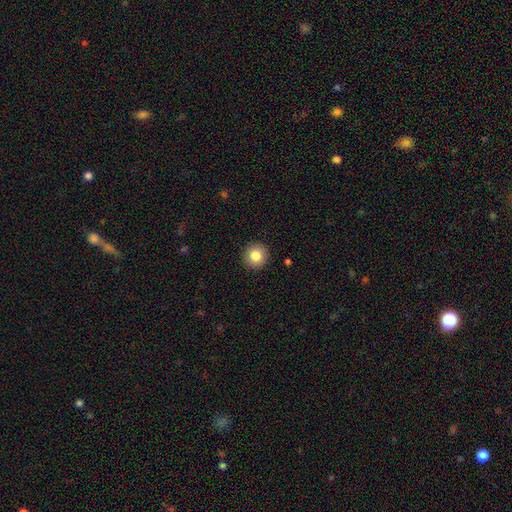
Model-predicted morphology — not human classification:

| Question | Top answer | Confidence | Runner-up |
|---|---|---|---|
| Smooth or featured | smooth | 84% | star or artifact (9%) |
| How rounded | round | 92% | in between (7%) |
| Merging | none | 92% | minor disturbance (5%) |